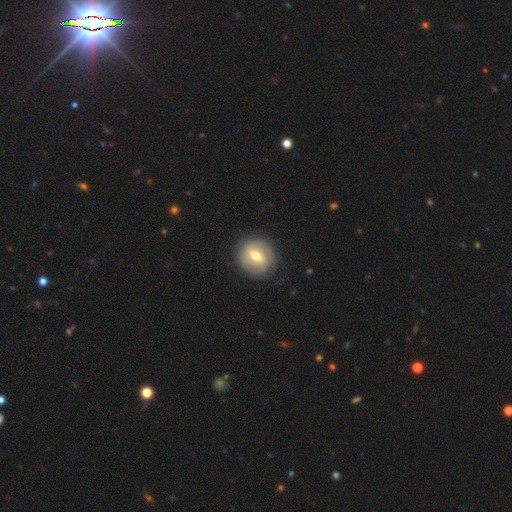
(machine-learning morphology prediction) smooth-or-featured: featured or disk: 59% | smooth: 34% | star or artifact: 7%
  disk-edge-on: no: 96% | yes: 4%
    bar: weak: 54% | strong: 23% | no: 23%
    has-spiral-arms: yes: 72% | no: 28%
    bulge-size: moderate: 71% | small: 22% | large: 5% | none: 1% | dominant: 1%
  merging: none: 80% | minor disturbance: 14% | major disturbance: 5% | merger: 1%